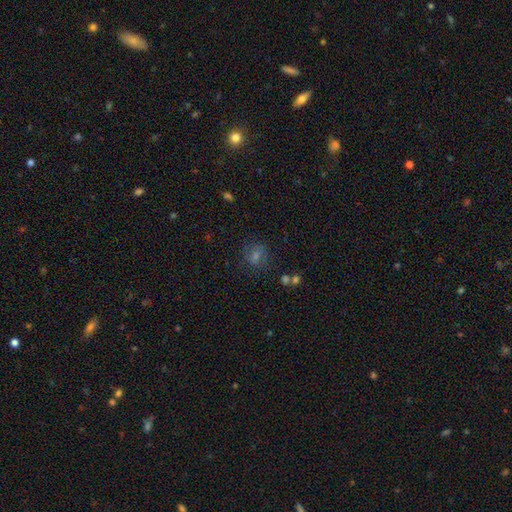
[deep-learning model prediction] The model was most divided on "smooth or featured": smooth: 47%, star or artifact: 34%, featured or disk: 19%. More confident: merging — none (79%).